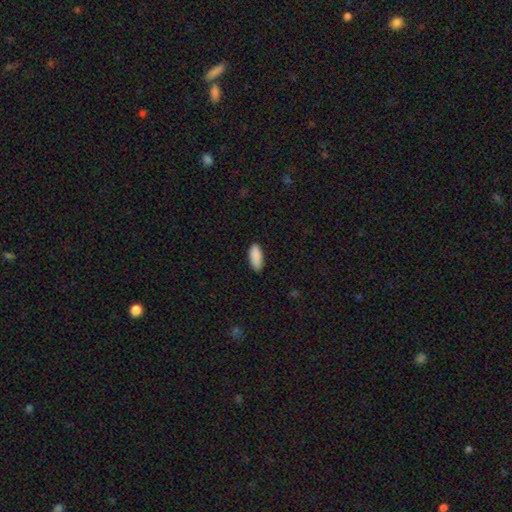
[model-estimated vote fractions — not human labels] Smooth or featured?
  - smooth: 90% *
  - star or artifact: 6%
  - featured or disk: 3%
How rounded?
  - in between: 83% *
  - cigar-shaped: 15%
  - round: 2%
Merging?
  - none: 87% *
  - minor disturbance: 10%
  - major disturbance: 2%
  - merger: 1%